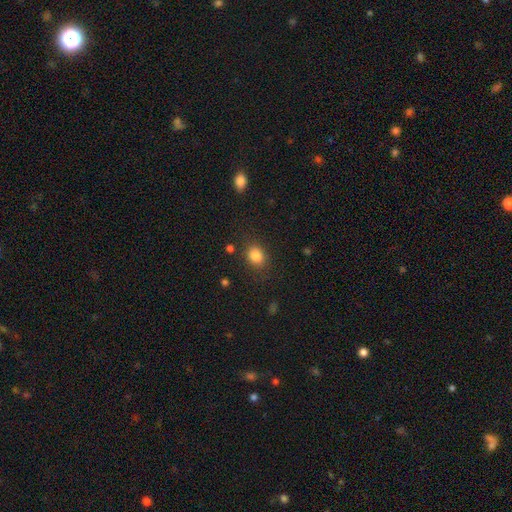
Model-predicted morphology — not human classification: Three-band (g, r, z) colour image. It shows a smooth galaxy with no disk features (84%) that is round (55%). Merging: none (82%).